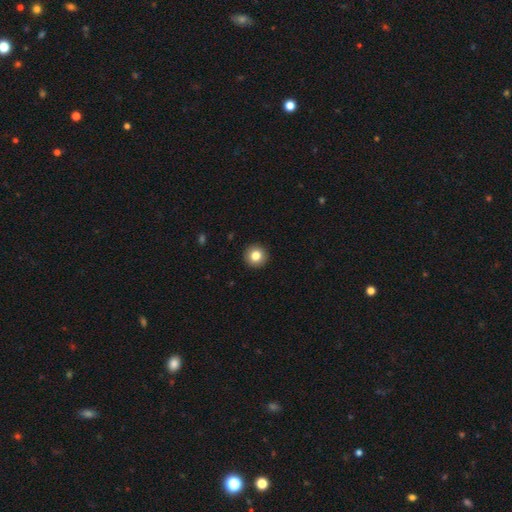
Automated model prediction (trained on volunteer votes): A smooth galaxy with no disk features (82%) that is round (96%).

Vote fractions:
- Smooth or featured? smooth: 82% / star or artifact: 10% / featured or disk: 8%
- How rounded? round: 96% / in between: 4% / cigar-shaped: 1%
- Merging? none: 94% / minor disturbance: 4% / major disturbance: 1% / merger: 1%